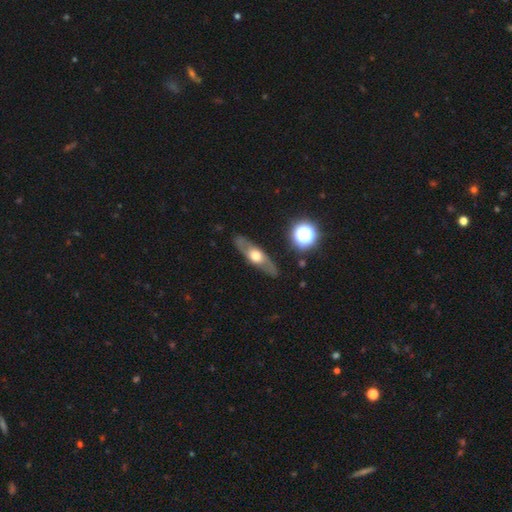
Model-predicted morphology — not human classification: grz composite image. It shows a featured or disk galaxy (64%) viewed edge-on (64%). Merging: none (83%).